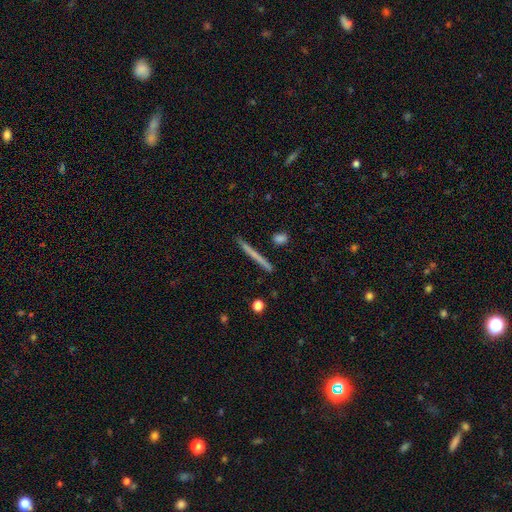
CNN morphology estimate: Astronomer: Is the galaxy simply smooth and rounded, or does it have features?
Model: smooth — 53% (runner-up: featured or disk, 41%).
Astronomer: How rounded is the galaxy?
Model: cigar-shaped — 95%.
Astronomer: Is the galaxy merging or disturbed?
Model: none — 90%.